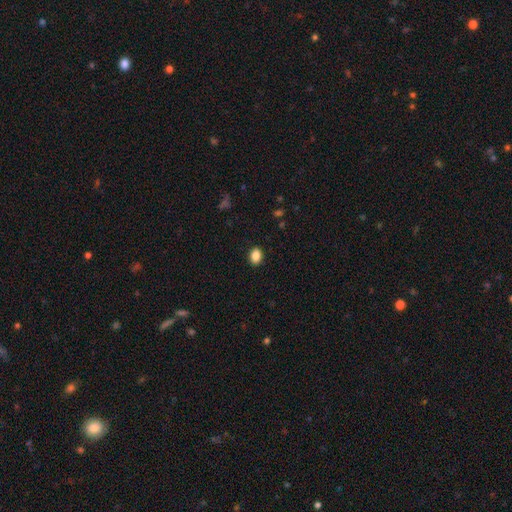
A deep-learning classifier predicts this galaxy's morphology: The model was most divided on "how rounded": in between: 70%, round: 29%, cigar-shaped: 1%. More confident: merging — none (90%); smooth or featured — smooth (88%).